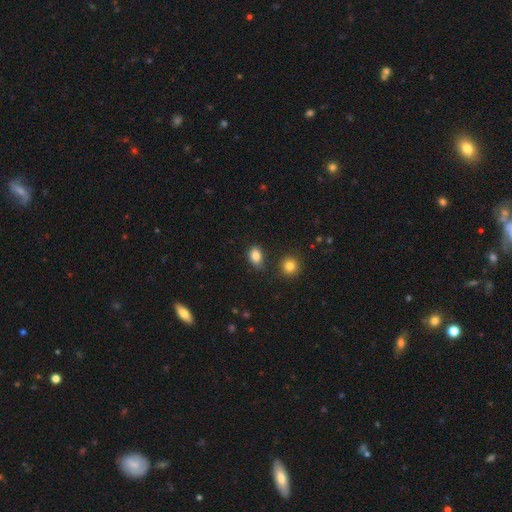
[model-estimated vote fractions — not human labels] Smooth or featured? Predicted: smooth (p=0.85). How rounded? Predicted: in between (p=0.75). Merging? Predicted: none (p=0.74).